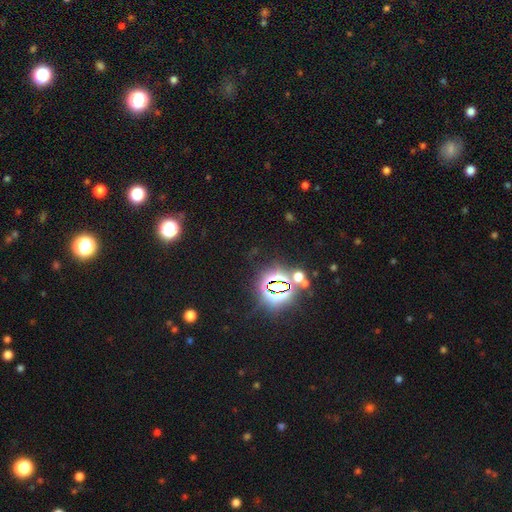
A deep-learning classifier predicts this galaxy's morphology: smooth-or-featured: star or artifact: 81% | smooth: 12% | featured or disk: 7%